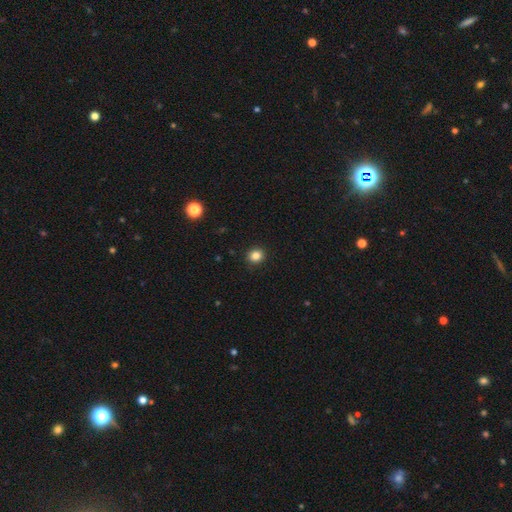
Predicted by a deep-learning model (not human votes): Overall: smooth (84%). How rounded: round (82%). Merging: none (91%).